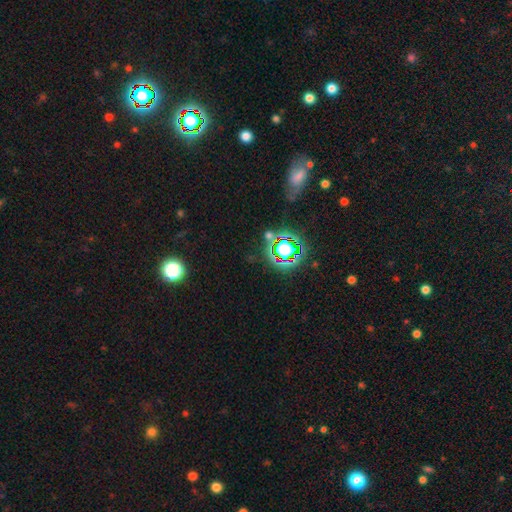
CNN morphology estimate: type=star or artifact (75%).